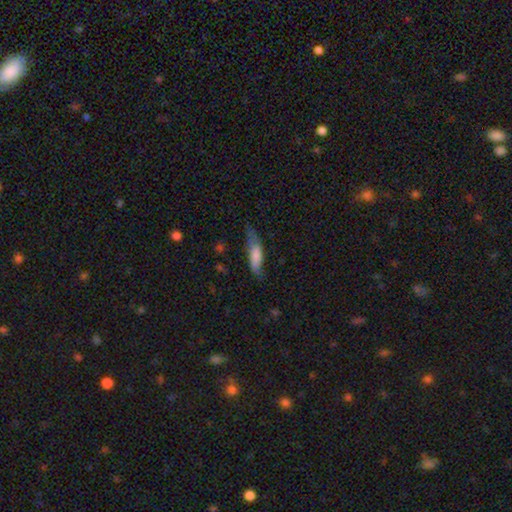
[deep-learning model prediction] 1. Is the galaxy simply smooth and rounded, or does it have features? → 73% smooth, 21% featured or disk, 6% star or artifact.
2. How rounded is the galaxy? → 51% cigar-shaped, 47% in between, 2% round.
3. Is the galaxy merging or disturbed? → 42% none, 37% minor disturbance, 18% major disturbance, 3% merger.